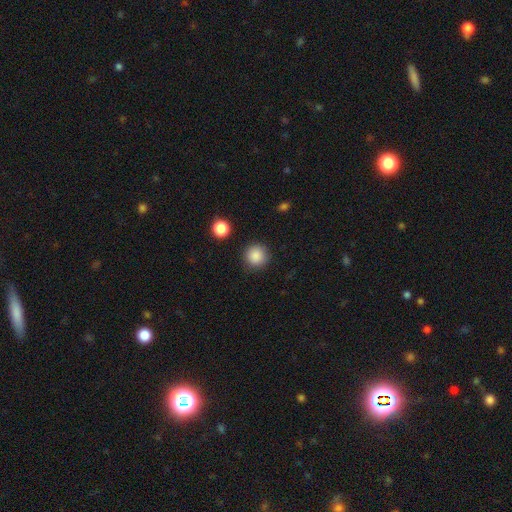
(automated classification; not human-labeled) Smooth or featured?
  - smooth: 87% *
  - star or artifact: 9%
  - featured or disk: 3%
How rounded?
  - round: 95% *
  - in between: 4%
  - cigar-shaped: 1%
Merging?
  - none: 90% *
  - minor disturbance: 6%
  - major disturbance: 2%
  - merger: 2%